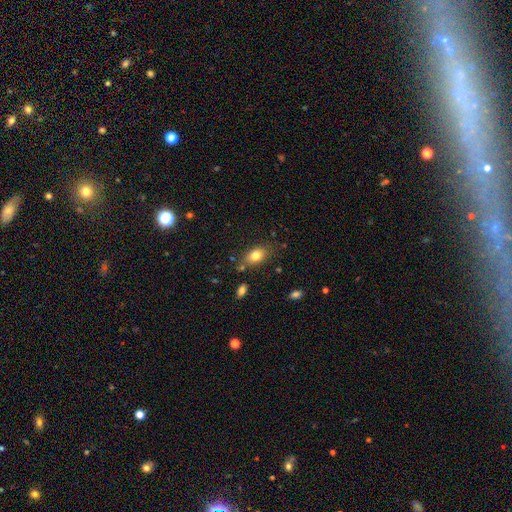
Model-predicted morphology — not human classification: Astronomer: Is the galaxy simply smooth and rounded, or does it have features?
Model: smooth — 80%.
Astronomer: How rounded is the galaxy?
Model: in between — 82%.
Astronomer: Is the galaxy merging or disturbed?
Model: none — 73%.